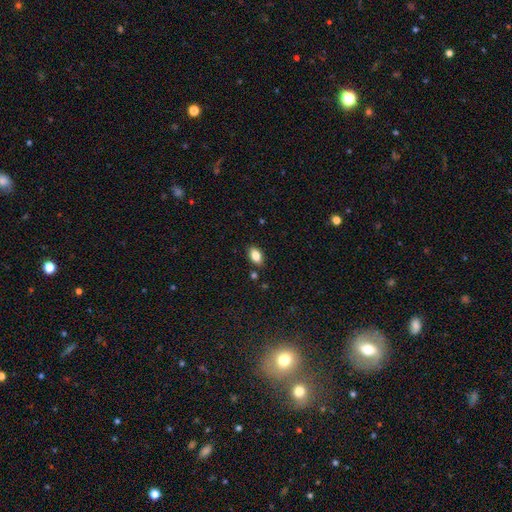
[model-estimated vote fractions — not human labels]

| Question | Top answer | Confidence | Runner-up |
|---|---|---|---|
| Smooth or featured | smooth | 82% | featured or disk (9%) |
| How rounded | in between | 90% | round (6%) |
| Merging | none | 84% | minor disturbance (11%) |